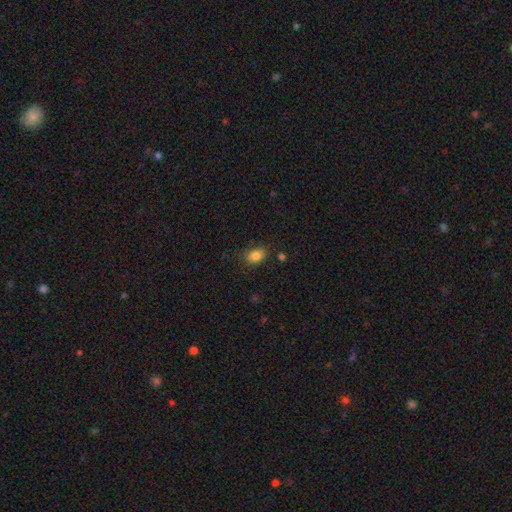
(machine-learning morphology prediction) A smooth galaxy with no disk features (85%) that is in between round and cigar-shaped (78%). Merging: none (76%).